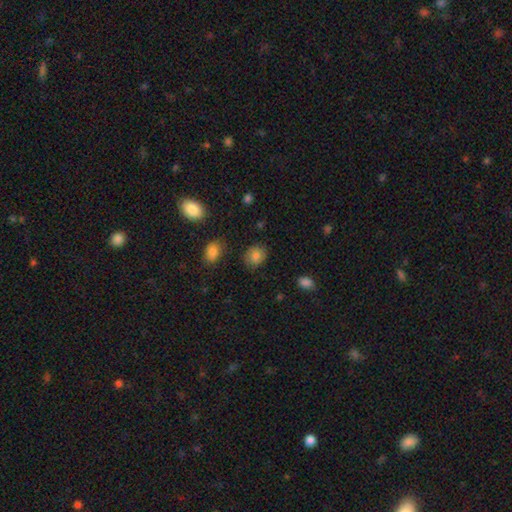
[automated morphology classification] A smooth galaxy with no disk features (82%) that is round (65%).

Vote fractions:
- Smooth or featured? smooth: 82% / star or artifact: 10% / featured or disk: 8%
- How rounded? round: 65% / in between: 34% / cigar-shaped: 1%
- Merging? none: 80% / minor disturbance: 15% / major disturbance: 4% / merger: 2%